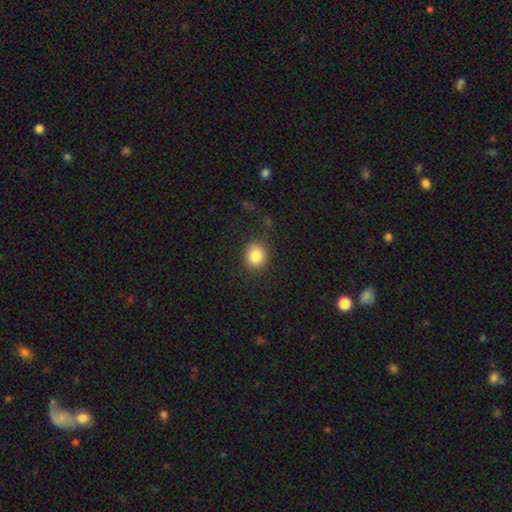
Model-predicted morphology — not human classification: Smooth or featured? smooth (84%)
How rounded? round (74%)
Merging? none (84%)